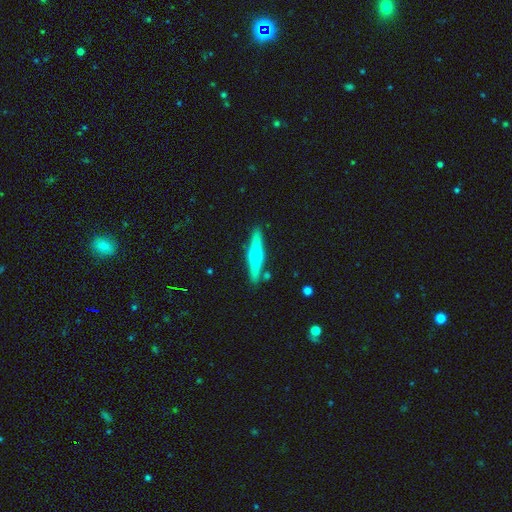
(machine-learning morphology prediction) featured or disk 67%, smooth 28%, star or artifact 5%. Down the decision tree: edge-on disk — yes (96%); edge-on bulge — rounded (95%); merging — none (87%).